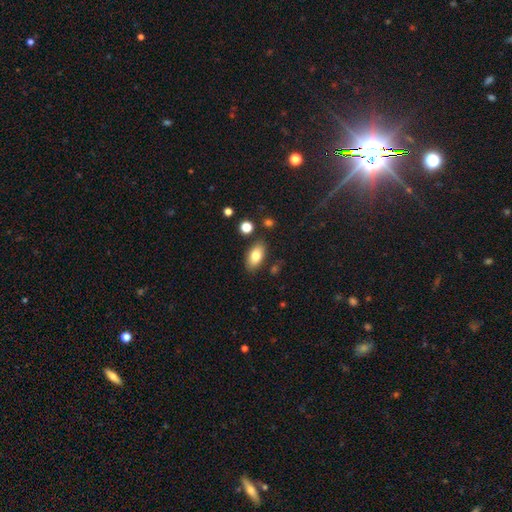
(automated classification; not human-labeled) smooth 79%, featured or disk 14%, star or artifact 8%. Down the decision tree: how rounded — in between (91%); merging — none (84%).